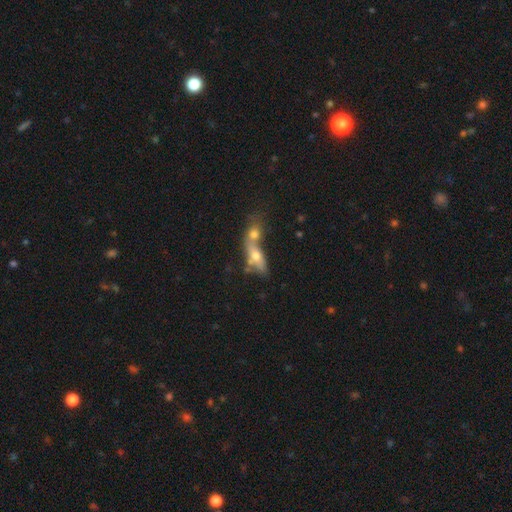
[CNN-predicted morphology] This appears to be a smooth galaxy with no disk features (59%) that is in between round and cigar-shaped (66%). Merging: merger (69%).